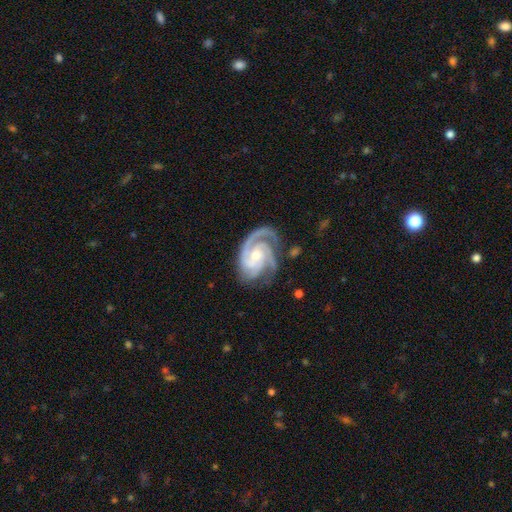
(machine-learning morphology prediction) Overall: featured or disk (94%). Edge-on disk: no (98%). Bar: no (60%; weak 29%). Spiral arms: yes (99%). Spiral arm count: 3 (64%). Spiral winding: tight (62%; medium 34%). Bulge size: small (53%; moderate 44%). Merging: none (69%).